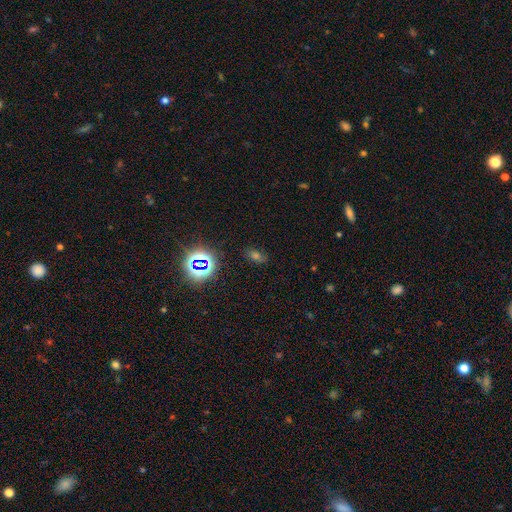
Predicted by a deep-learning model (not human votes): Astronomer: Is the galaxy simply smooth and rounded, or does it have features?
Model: star or artifact — 45% (runner-up: smooth, 43%).